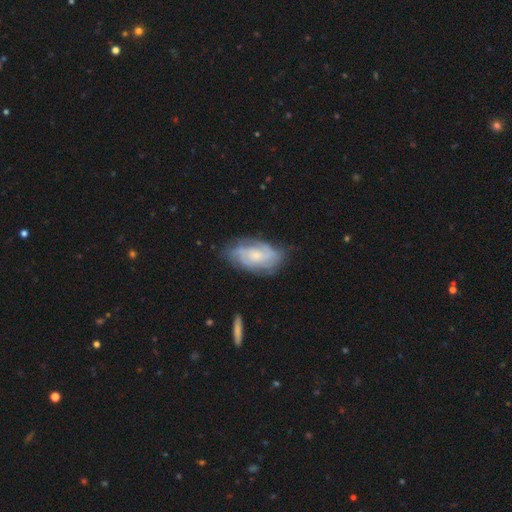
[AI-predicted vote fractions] Morphology: type=featured or disk (69%); edge-on=no (95%); bar=no (70%); spiral arms=yes (87%); winding=tight (53%); arm count=can't tell (46%); bulge=small (60%); merging=none (68%).